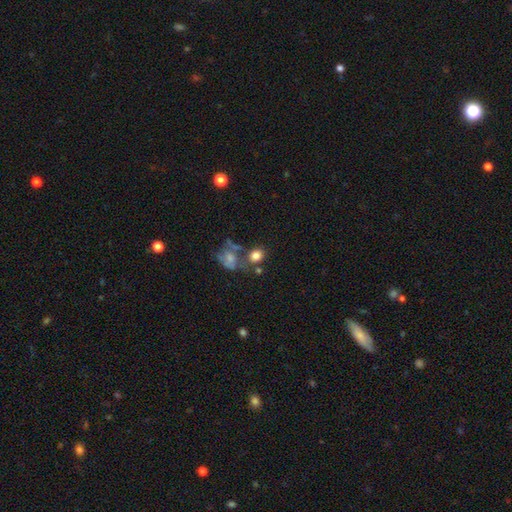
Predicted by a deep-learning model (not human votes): The model was most divided on "how rounded": round: 58%, in between: 41%, cigar-shaped: 1%. Remaining: smooth or featured — smooth (77%); merging — none (50%).